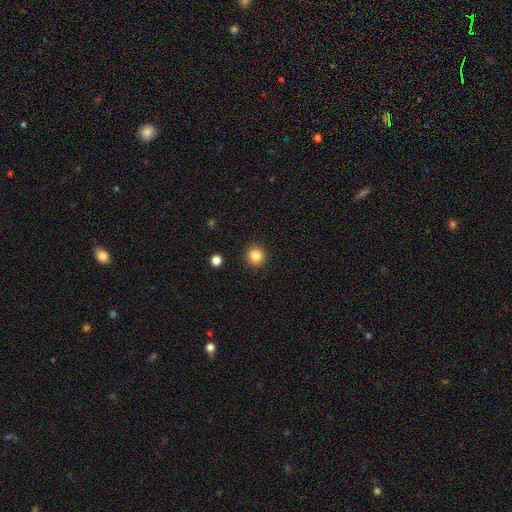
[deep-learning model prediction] The model was most divided on "smooth or featured": smooth: 85%, star or artifact: 11%, featured or disk: 4%. More confident: how rounded — round (94%); merging — none (92%).